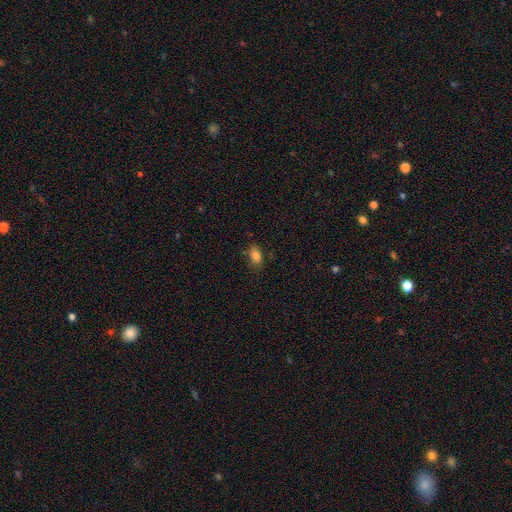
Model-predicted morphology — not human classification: The model was most divided on "merging": none: 74%, minor disturbance: 18%, major disturbance: 5%, merger: 2%. More confident: how rounded — in between (87%); smooth or featured — smooth (81%).